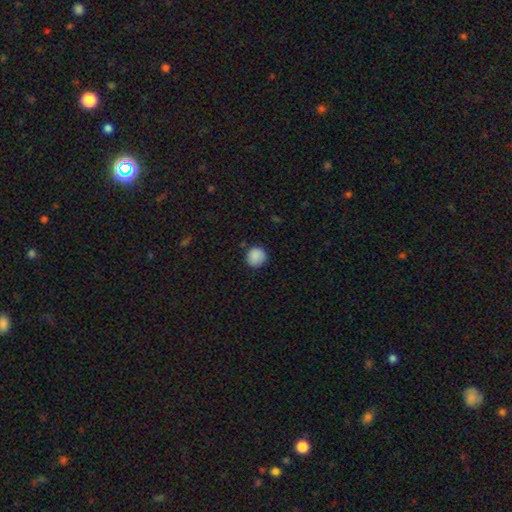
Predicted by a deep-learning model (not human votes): A smooth galaxy with no disk features (88%) that is round (92%). Merging: none (83%).